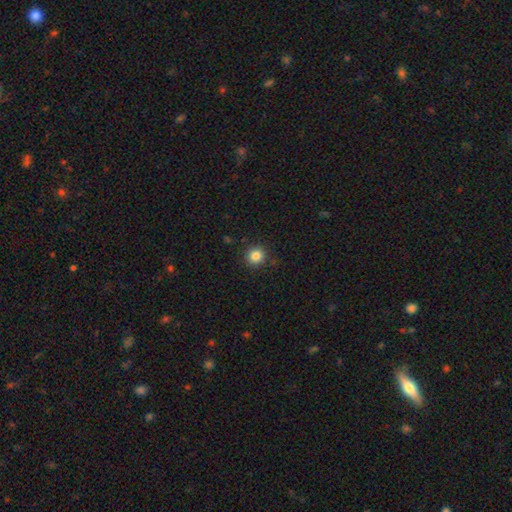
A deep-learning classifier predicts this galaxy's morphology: A smooth galaxy with no disk features (84%) that is round (93%).

Vote fractions:
- Smooth or featured? smooth: 84% / star or artifact: 11% / featured or disk: 5%
- How rounded? round: 93% / in between: 6% / cigar-shaped: 1%
- Merging? none: 90% / minor disturbance: 7% / major disturbance: 2% / merger: 1%